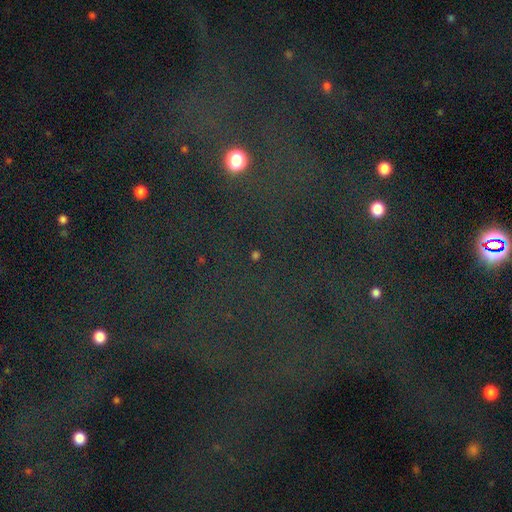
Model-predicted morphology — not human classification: Smooth or featured?
  - star or artifact: 73% *
  - smooth: 19%
  - featured or disk: 8%